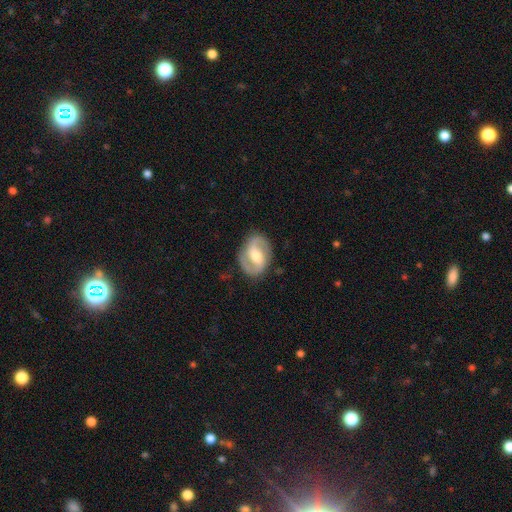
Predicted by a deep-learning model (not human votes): The model was most divided on "bar": weak: 46%, strong: 33%, no: 20%. More confident: edge-on disk — no (97%); spiral arms — yes (93%); spiral arm count — 2 (92%); merging — none (85%); smooth or featured — featured or disk (84%); bulge size — moderate (65%); spiral winding — medium (53%).